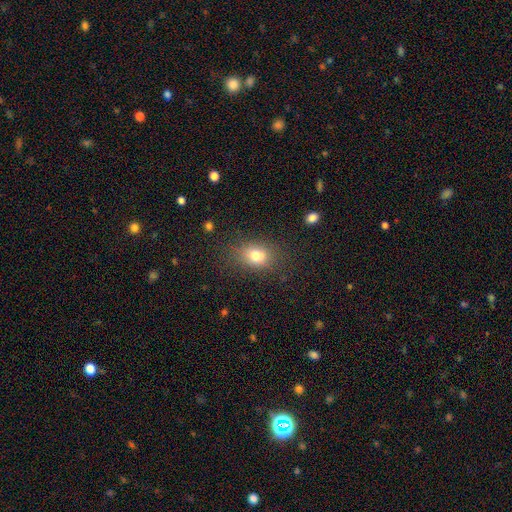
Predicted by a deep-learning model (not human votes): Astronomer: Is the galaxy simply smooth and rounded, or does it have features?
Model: smooth — 76%.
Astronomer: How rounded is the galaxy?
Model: in between — 64%.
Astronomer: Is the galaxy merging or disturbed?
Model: none — 77%.